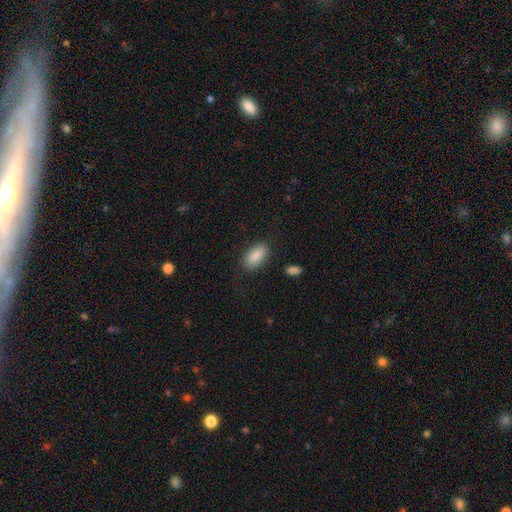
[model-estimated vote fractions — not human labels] smooth-or-featured: smooth: 89% | star or artifact: 6% | featured or disk: 5%
  how-rounded: in between: 92% | cigar-shaped: 4% | round: 4%
  merging: none: 84% | minor disturbance: 11% | major disturbance: 4% | merger: 2%